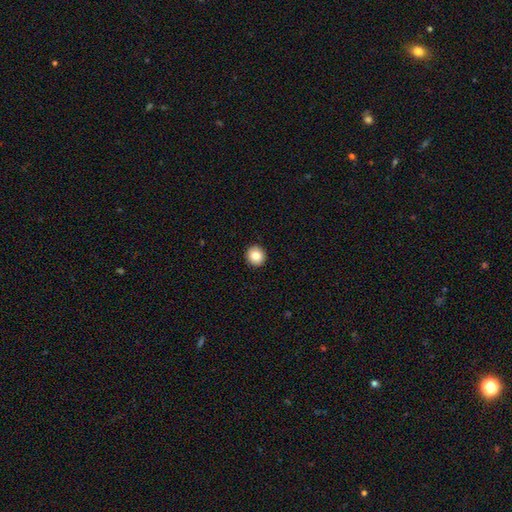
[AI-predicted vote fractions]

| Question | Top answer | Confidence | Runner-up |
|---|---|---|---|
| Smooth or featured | smooth | 84% | star or artifact (9%) |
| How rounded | round | 91% | in between (8%) |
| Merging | none | 93% | minor disturbance (5%) |